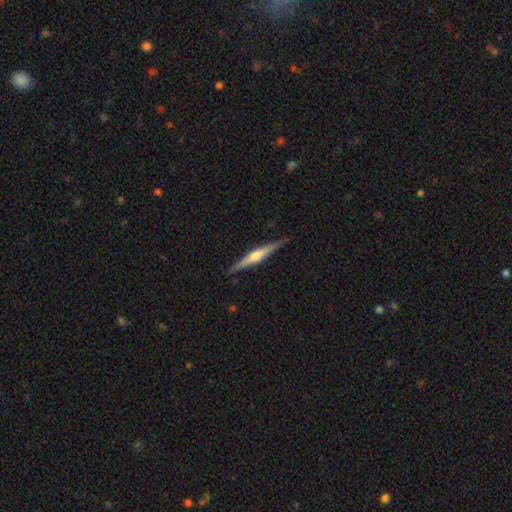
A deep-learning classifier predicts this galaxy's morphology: Q: Smooth or featured?
A: featured or disk (70%); runner-up: smooth (25%)
Q: Edge-on disk?
A: yes (98%); runner-up: no (2%)
Q: Edge-on bulge?
A: rounded (81%); runner-up: boxy (9%)
Q: Merging?
A: none (90%); runner-up: minor disturbance (8%)